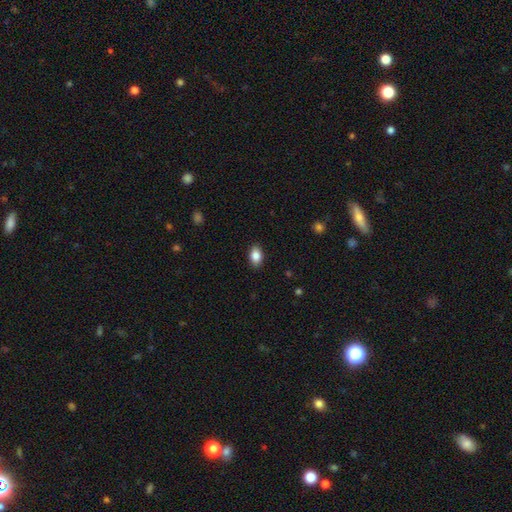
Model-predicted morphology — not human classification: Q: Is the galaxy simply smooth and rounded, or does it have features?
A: smooth — 86%.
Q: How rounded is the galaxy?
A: in between — 86%.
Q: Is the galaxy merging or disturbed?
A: none — 89%.